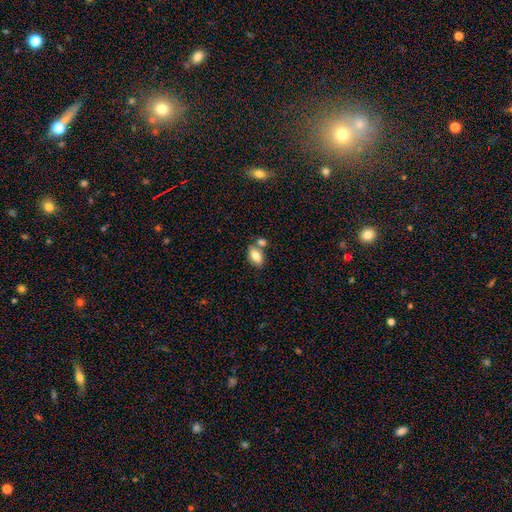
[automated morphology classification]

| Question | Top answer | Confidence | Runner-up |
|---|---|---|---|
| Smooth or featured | smooth | 79% | featured or disk (13%) |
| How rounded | in between | 91% | round (6%) |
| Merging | none | 57% | merger (29%) |